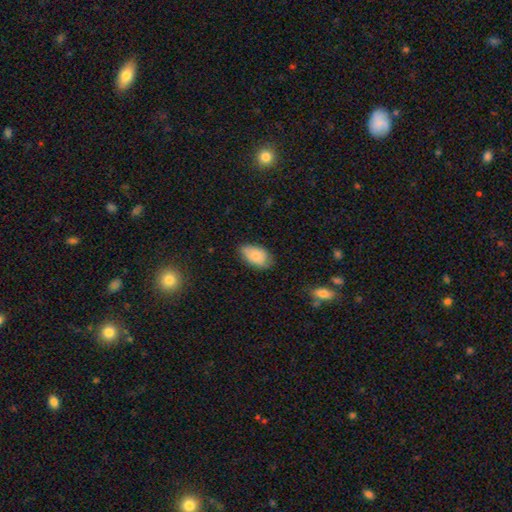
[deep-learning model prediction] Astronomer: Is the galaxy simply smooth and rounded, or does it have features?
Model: smooth — 81%.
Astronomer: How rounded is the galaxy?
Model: in between — 92%.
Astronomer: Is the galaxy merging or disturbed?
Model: none — 70%.